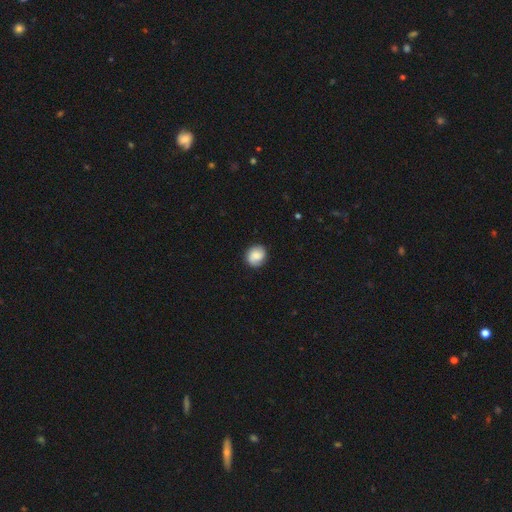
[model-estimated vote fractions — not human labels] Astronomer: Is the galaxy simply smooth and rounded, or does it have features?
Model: smooth — 74%.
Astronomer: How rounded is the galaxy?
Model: round — 76%.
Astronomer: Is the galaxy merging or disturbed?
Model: none — 85%.